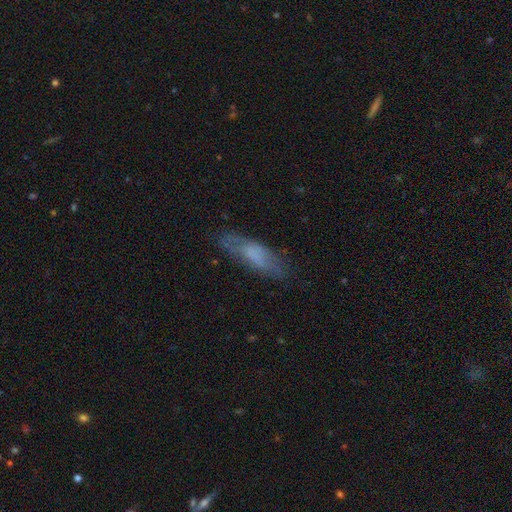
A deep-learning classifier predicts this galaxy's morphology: smooth_or_featured: smooth (p=0.53) [alt: featured or disk p=0.38]
how_rounded: cigar-shaped (p=0.54) [alt: in between p=0.44]
merging: none (p=0.71) [alt: minor disturbance p=0.20]